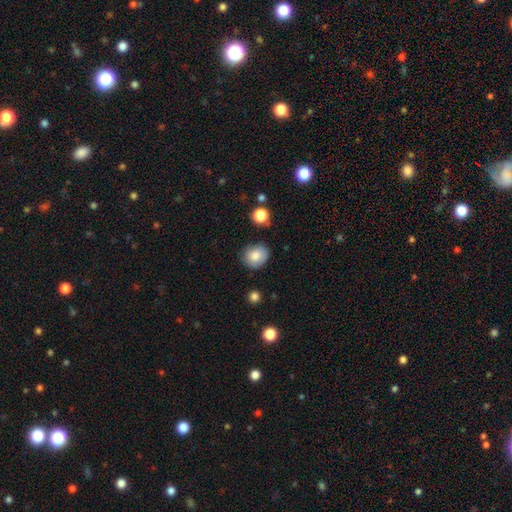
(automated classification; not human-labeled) A smooth galaxy with no disk features (82%) that is round (71%). Merging: none (76%).